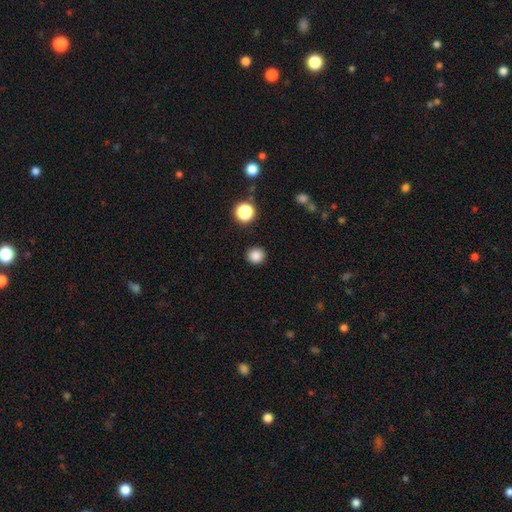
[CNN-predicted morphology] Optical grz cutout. It shows a smooth galaxy with no disk features (84%) that is round (91%). Merging: none (90%).